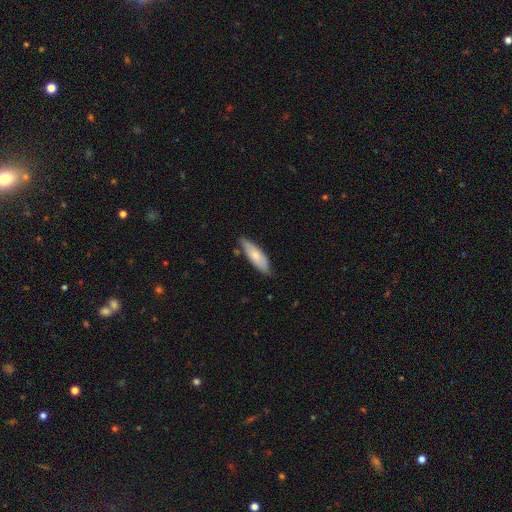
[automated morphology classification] Smooth or featured? Predicted: smooth (p=0.70). How rounded? Predicted: in between (p=0.52). Merging? Predicted: none (p=0.74).